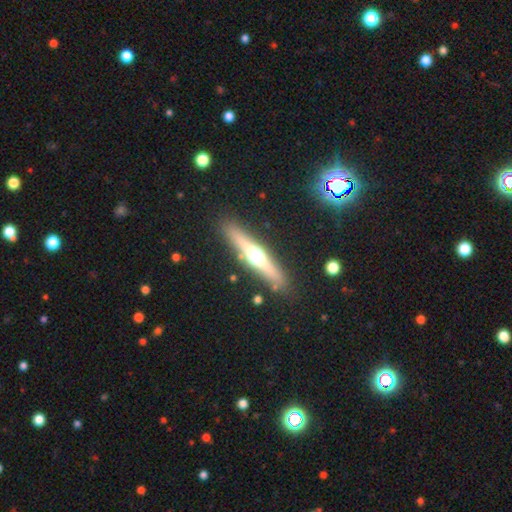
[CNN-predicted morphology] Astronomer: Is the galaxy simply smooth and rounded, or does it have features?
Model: featured or disk — 62%.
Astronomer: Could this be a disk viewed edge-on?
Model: yes — 93%.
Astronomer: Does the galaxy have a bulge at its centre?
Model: rounded — 94%.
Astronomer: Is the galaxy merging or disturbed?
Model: none — 86%.